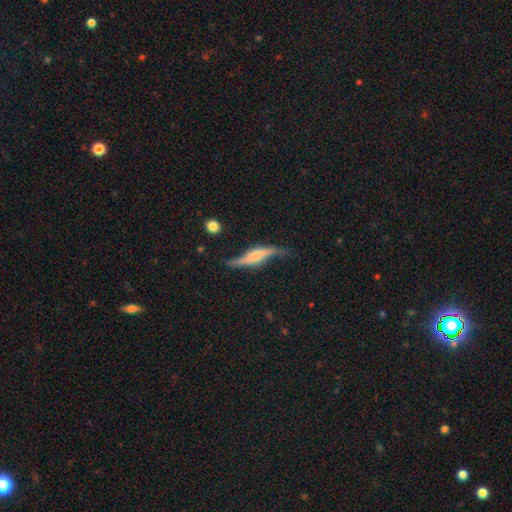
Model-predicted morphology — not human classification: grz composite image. It shows a featured or disk galaxy (72%) viewed edge-on (58%). Merging: none (56%).